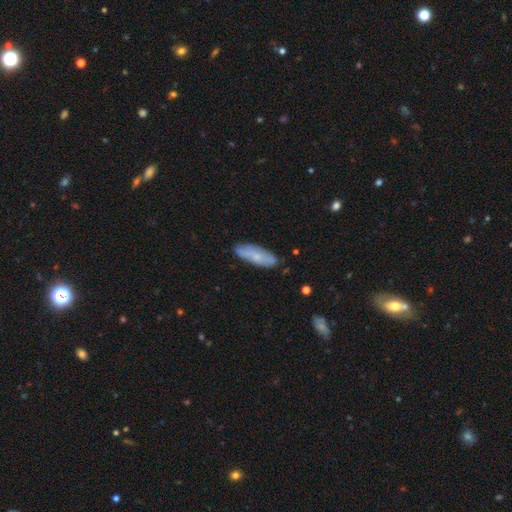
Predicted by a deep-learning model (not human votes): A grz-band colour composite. It shows a smooth galaxy with no disk features (59%) that is in between round and cigar-shaped (54%). Merging: none (80%).